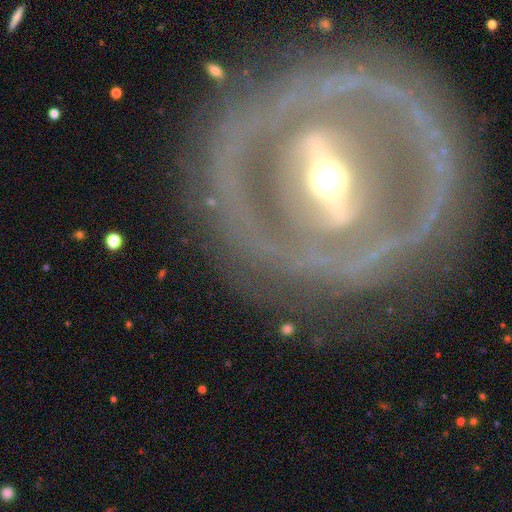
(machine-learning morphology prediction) Smooth or featured?
  - featured or disk: 84% *
  - smooth: 10%
  - star or artifact: 6%
Edge-on disk?
  - no: 87% *
  - yes: 13%
Bar?
  - strong: 70% *
  - weak: 19%
  - no: 11%
Spiral arms?
  - no: 54% *
  - yes: 46%
Bulge size?
  - moderate: 66% *
  - small: 20%
  - large: 10%
  - dominant: 2%
  - none: 1%
Merging?
  - none: 76% *
  - minor disturbance: 12%
  - major disturbance: 10%
  - merger: 2%